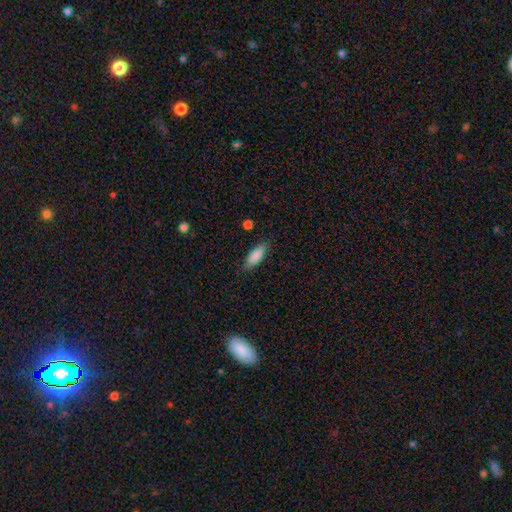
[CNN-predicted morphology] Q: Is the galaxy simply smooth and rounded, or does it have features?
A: smooth — 87%.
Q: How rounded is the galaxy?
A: in between — 62%.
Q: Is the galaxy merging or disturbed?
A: none — 84%.